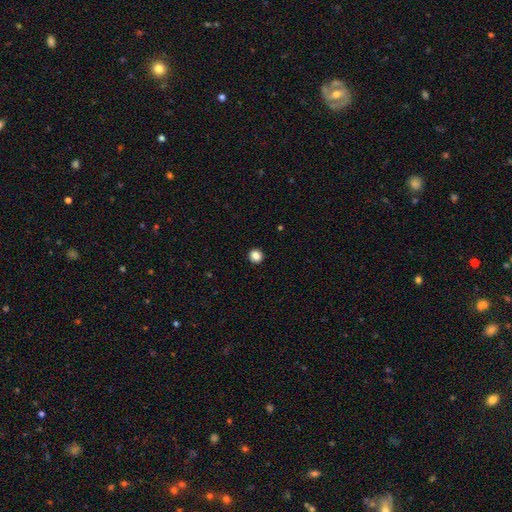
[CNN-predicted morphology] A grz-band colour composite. It shows a smooth galaxy with no disk features (86%) that is round (90%). Merging: none (93%).